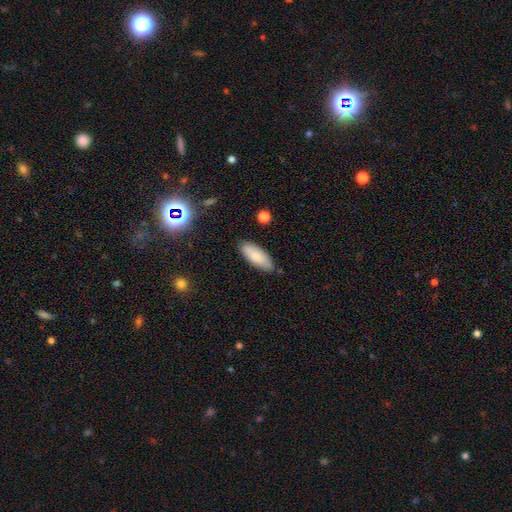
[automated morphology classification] A smooth galaxy with no disk features (82%) that is in between round and cigar-shaped (75%).

Vote fractions:
- Smooth or featured? smooth: 82% / featured or disk: 11% / star or artifact: 7%
- How rounded? in between: 75% / cigar-shaped: 24% / round: 2%
- Merging? none: 84% / minor disturbance: 12% / major disturbance: 2% / merger: 2%